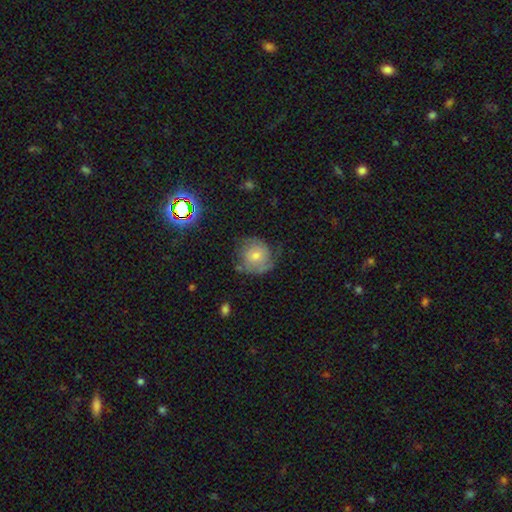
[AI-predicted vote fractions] smooth_or_featured: featured or disk (p=0.51) [alt: smooth p=0.37]
disk_edge_on: no (p=0.97) [alt: yes p=0.03]
merging: none (p=0.61) [alt: minor disturbance p=0.25]